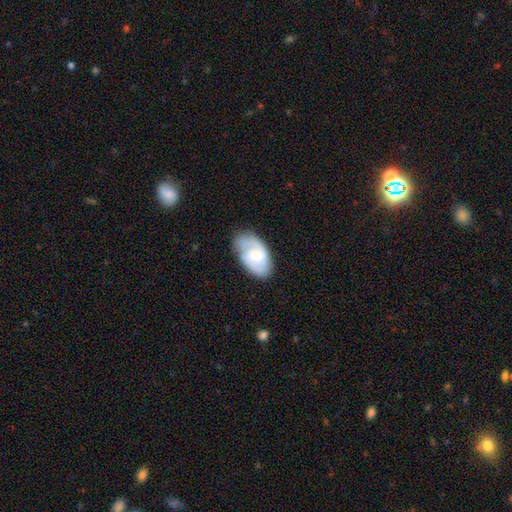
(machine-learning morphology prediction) Smooth or featured? featured or disk (64%)
Edge-on disk? no (96%)
Bar? weak (52%)
Spiral arms? yes (89%)
Spiral winding? medium (48%)
Spiral arm count? 2 (71%)
Bulge size? small (40%)
Merging? none (69%)